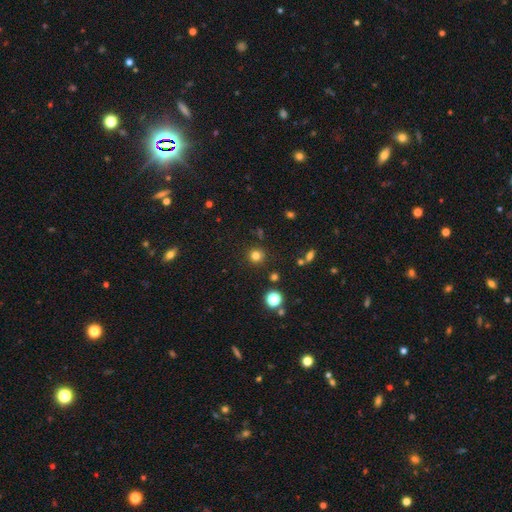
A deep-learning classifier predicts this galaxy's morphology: smooth-or-featured: smooth: 79% | star or artifact: 16% | featured or disk: 5%
  how-rounded: round: 94% | in between: 5% | cigar-shaped: 1%
  merging: none: 89% | minor disturbance: 6% | major disturbance: 2% | merger: 2%